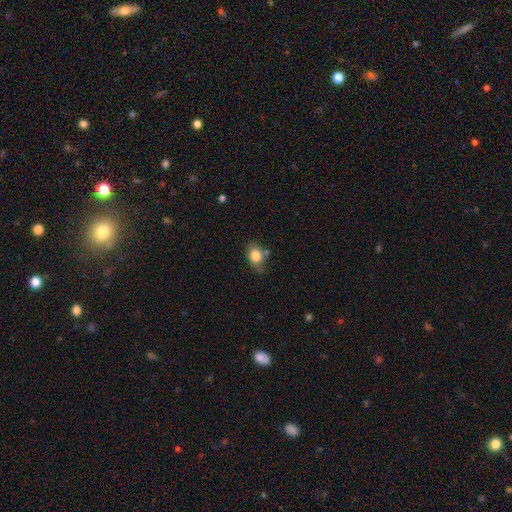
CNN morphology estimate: The model was most divided on "how rounded": in between: 60%, round: 39%, cigar-shaped: 1%. More confident: smooth or featured — smooth (81%); merging — none (58%).